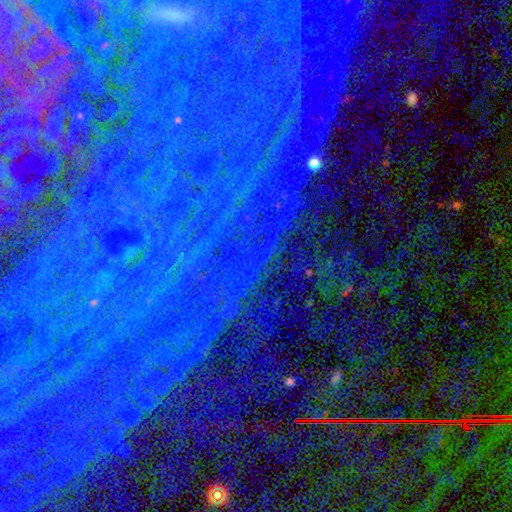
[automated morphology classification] type=star or artifact (83%).